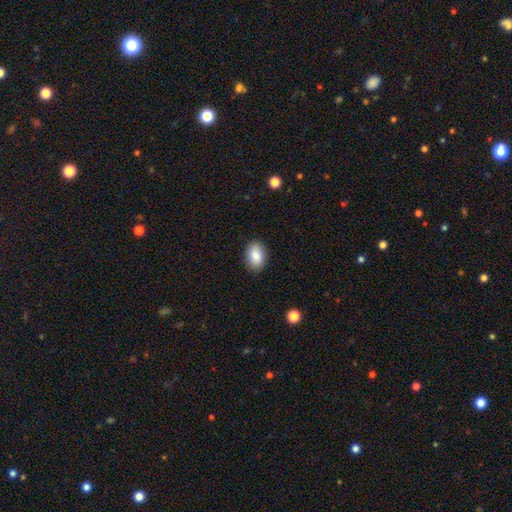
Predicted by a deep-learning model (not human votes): Smooth or featured? Predicted: smooth (p=0.84). How rounded? Predicted: in between (p=0.86). Merging? Predicted: none (p=0.88).